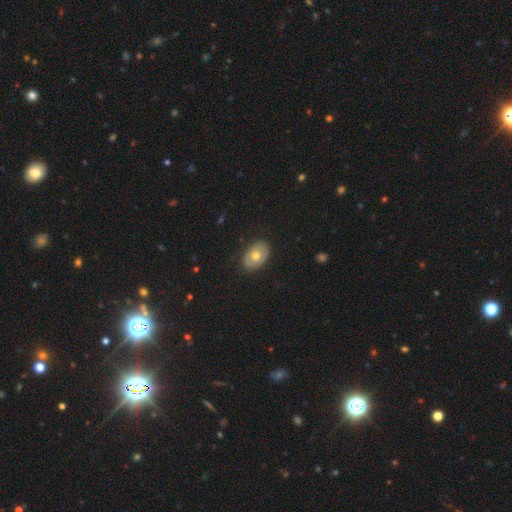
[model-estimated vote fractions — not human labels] smooth 61%, featured or disk 32%, star or artifact 8%. Down the decision tree: how rounded — in between (84%); merging — none (82%).